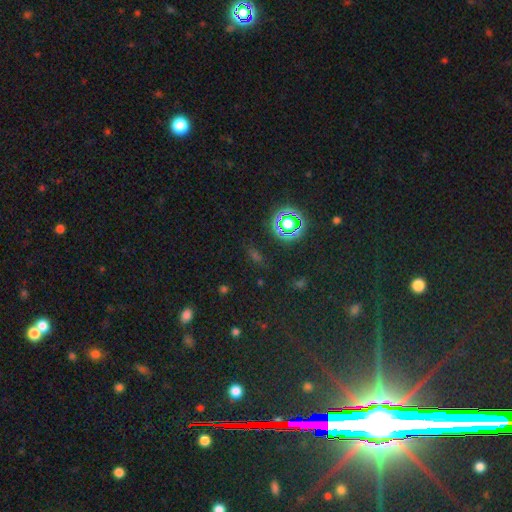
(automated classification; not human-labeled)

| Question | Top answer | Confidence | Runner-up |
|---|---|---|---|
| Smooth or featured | star or artifact | 60% | smooth (30%) |